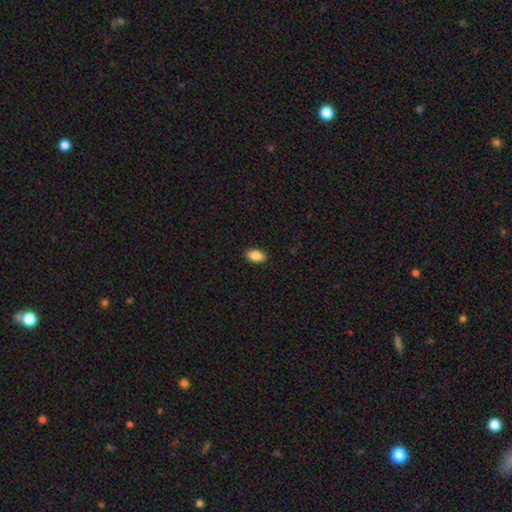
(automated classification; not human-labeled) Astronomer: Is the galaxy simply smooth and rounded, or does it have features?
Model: smooth — 86%.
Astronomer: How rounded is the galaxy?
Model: in between — 92%.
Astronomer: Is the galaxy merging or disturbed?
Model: none — 90%.